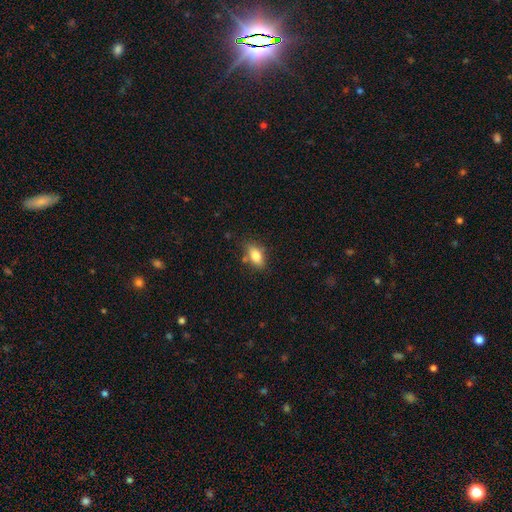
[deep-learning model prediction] Smooth or featured? smooth (82%)
How rounded? in between (87%)
Merging? none (72%)